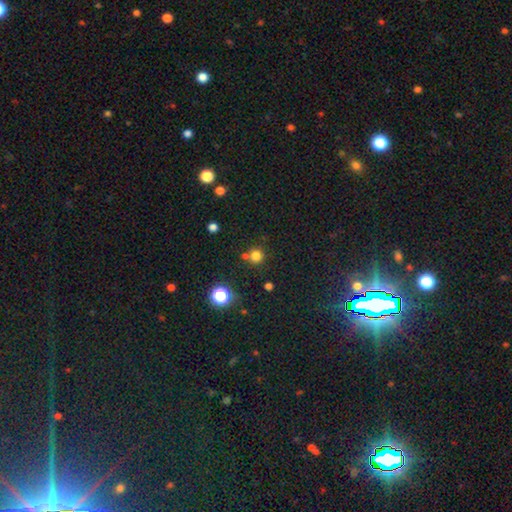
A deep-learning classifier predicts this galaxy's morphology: smooth 76%, star or artifact 19%, featured or disk 5%. Down the decision tree: how rounded — round (93%); merging — none (74%).